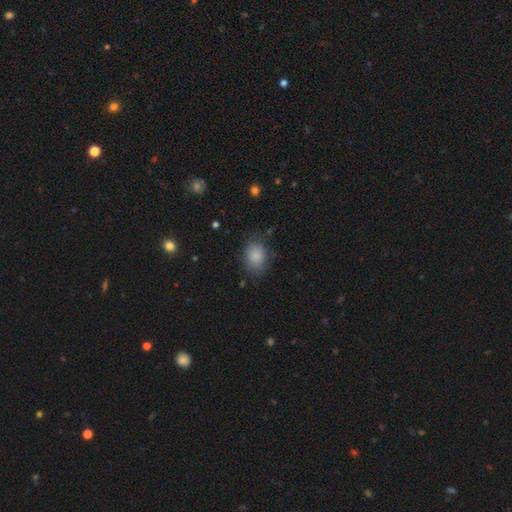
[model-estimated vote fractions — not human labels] Morphology: type=smooth (85%); roundness=in between (64%); merging=none (72%).